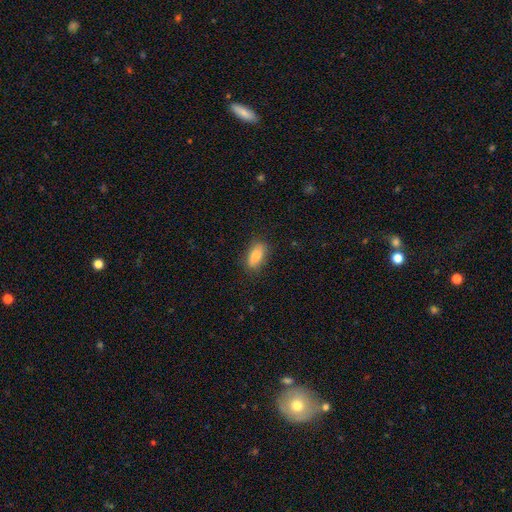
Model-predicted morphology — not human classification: Smooth or featured? Predicted: smooth (p=0.84). How rounded? Predicted: in between (p=0.89). Merging? Predicted: none (p=0.80).